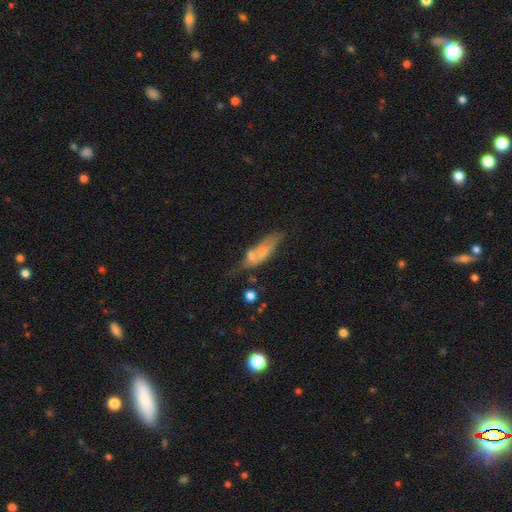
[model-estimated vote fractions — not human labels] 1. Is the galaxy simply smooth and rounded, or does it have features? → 47% smooth, 43% featured or disk, 10% star or artifact.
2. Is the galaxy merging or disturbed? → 37% none, 25% minor disturbance, 20% merger, 18% major disturbance.